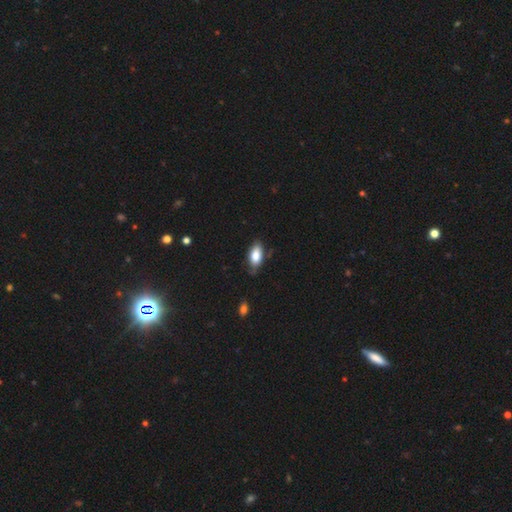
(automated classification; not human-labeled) A smooth galaxy with no disk features (80%) that is in between round and cigar-shaped (90%). Merging: none (67%).